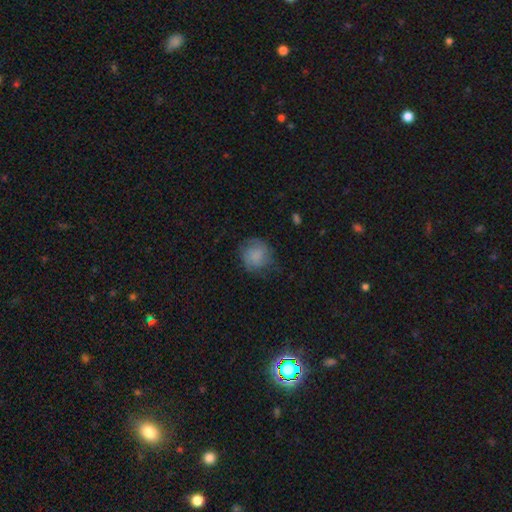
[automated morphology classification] Q: Smooth or featured?
A: smooth (62%); runner-up: featured or disk (29%)
Q: How rounded?
A: round (84%); runner-up: in between (15%)
Q: Merging?
A: none (66%); runner-up: minor disturbance (22%)